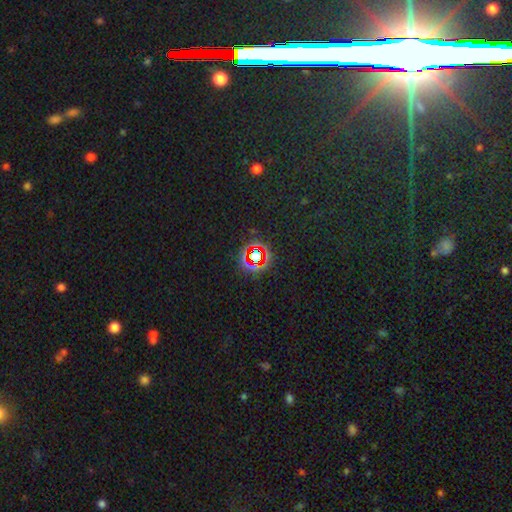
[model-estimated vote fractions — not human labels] A star or artifact, not a galaxy (76%).